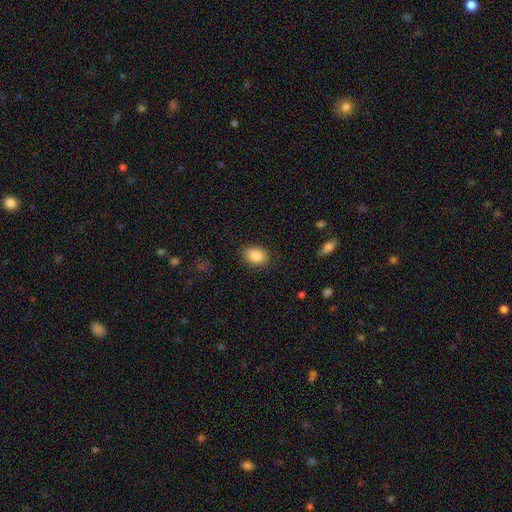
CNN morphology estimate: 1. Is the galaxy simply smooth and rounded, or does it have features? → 86% smooth, 8% star or artifact, 5% featured or disk.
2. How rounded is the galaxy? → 76% in between, 23% round, 1% cigar-shaped.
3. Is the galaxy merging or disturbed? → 86% none, 10% minor disturbance, 3% major disturbance, 1% merger.